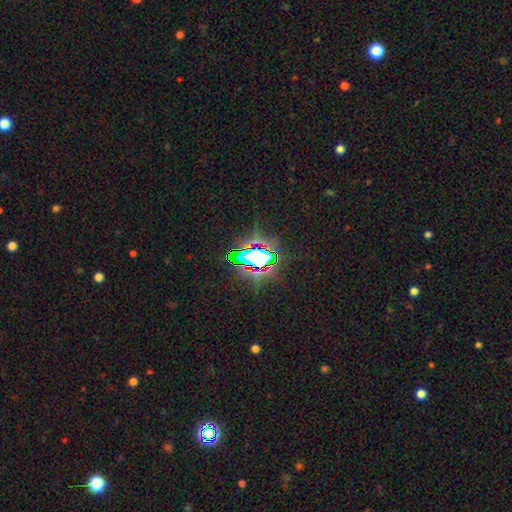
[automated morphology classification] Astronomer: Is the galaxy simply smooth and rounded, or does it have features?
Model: star or artifact — 73%.